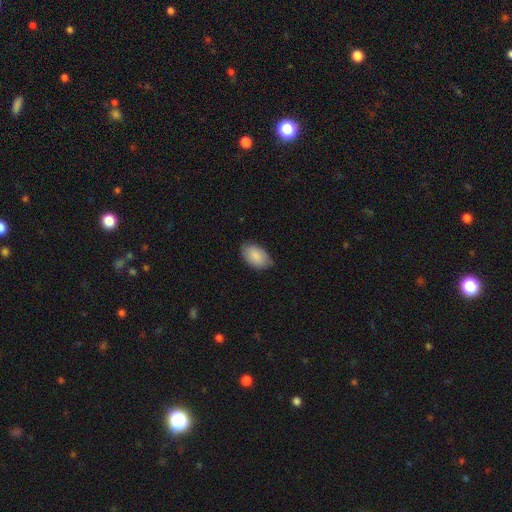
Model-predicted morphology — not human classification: smooth 87%, featured or disk 7%, star or artifact 6%. Down the decision tree: how rounded — in between (93%); merging — none (77%).